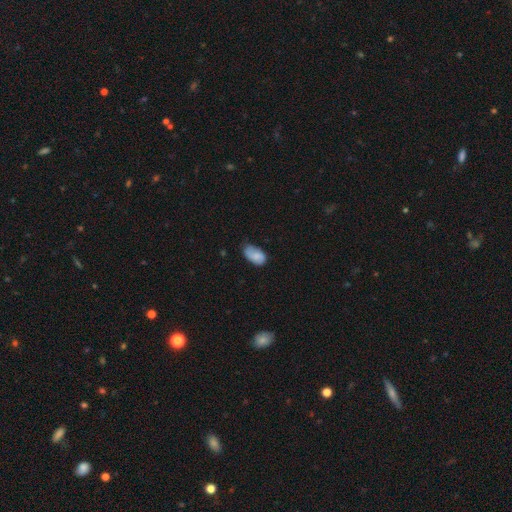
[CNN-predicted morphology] The model was most divided on "merging": none: 55%, minor disturbance: 36%, major disturbance: 8%, merger: 2%. More confident: how rounded — in between (93%); smooth or featured — smooth (78%).